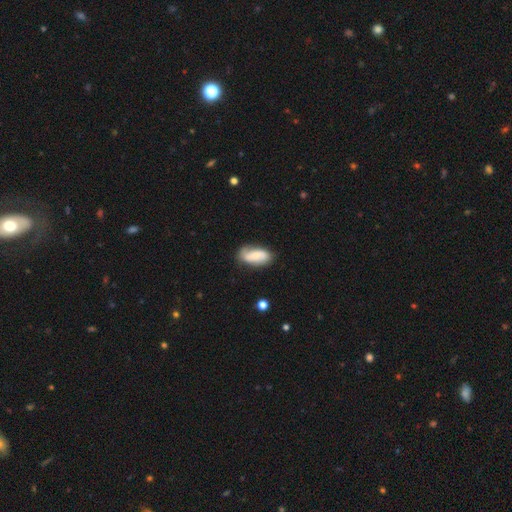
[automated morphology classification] The model was most divided on "smooth or featured": smooth: 58%, featured or disk: 35%, star or artifact: 7%. More confident: how rounded — in between (89%); merging — none (75%).